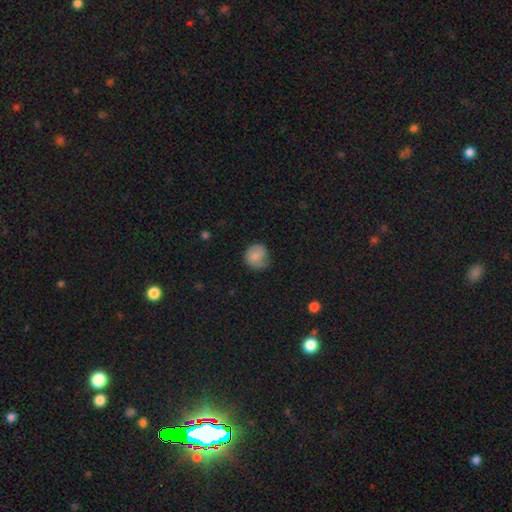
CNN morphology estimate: The model was most divided on "merging": none: 58%, minor disturbance: 31%, major disturbance: 9%, merger: 1%. More confident: how rounded — round (82%); smooth or featured — smooth (77%).